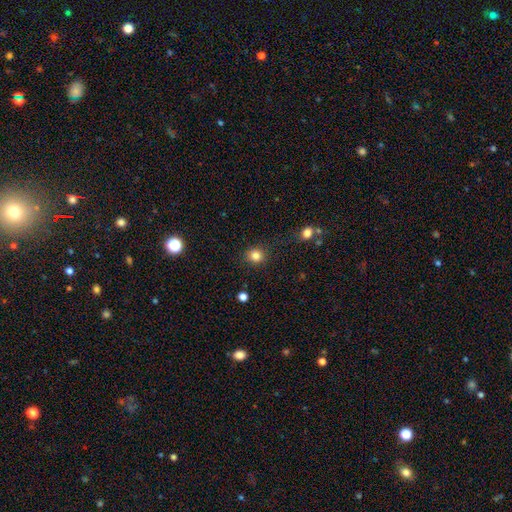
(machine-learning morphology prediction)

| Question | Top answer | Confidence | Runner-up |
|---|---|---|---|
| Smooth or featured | smooth | 83% | star or artifact (12%) |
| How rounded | round | 85% | in between (14%) |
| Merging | none | 86% | minor disturbance (9%) |